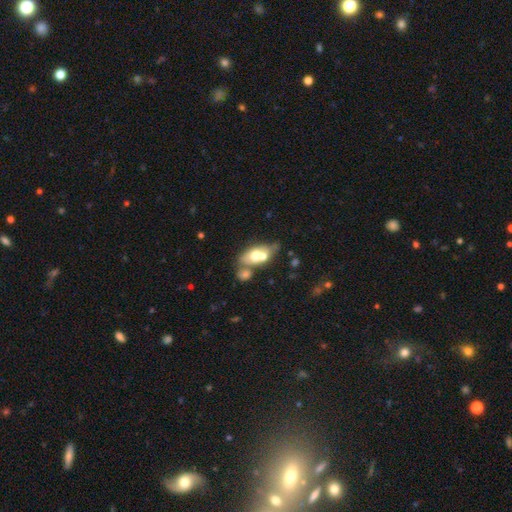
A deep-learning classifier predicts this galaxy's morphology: This is possibly a smooth galaxy (55%). How rounded: likely in between (79%). Merging: possibly merger (48%).